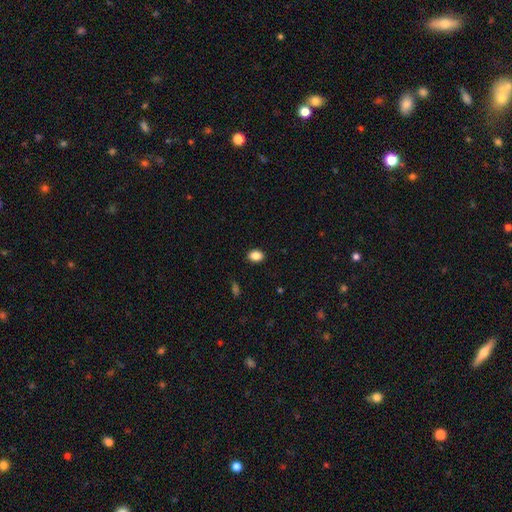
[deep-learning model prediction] A smooth galaxy with no disk features (87%) that is in between round and cigar-shaped (69%). Merging: none (90%).